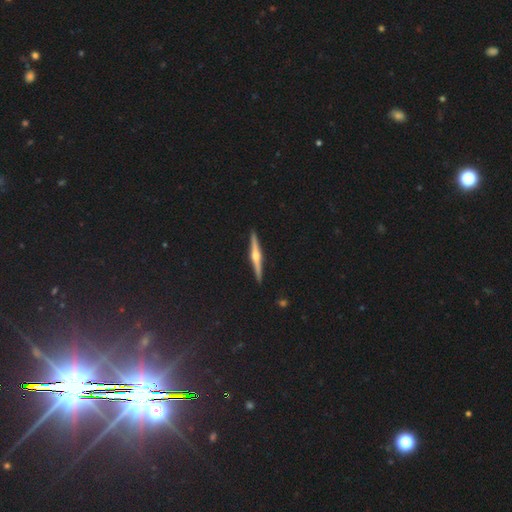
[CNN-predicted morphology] type=featured or disk (80%); edge-on=yes (98%); edge-on bulge=rounded (92%); merging=none (93%).